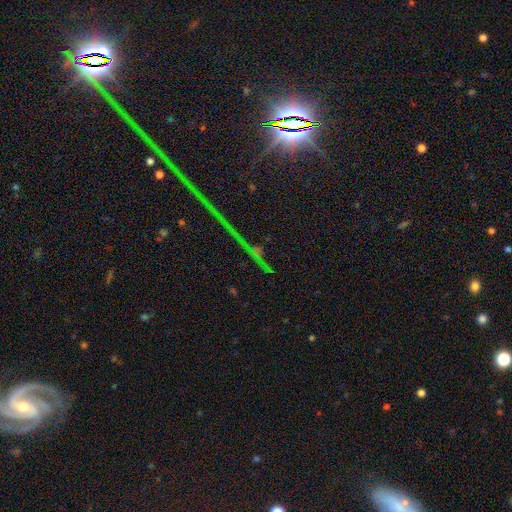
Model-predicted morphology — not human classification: Smooth or featured? Predicted: star or artifact (p=0.82).